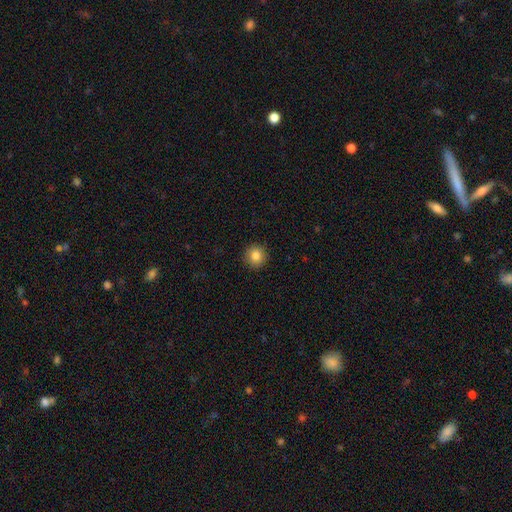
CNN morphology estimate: A smooth galaxy with no disk features (85%) that is round (92%). Merging: none (91%).